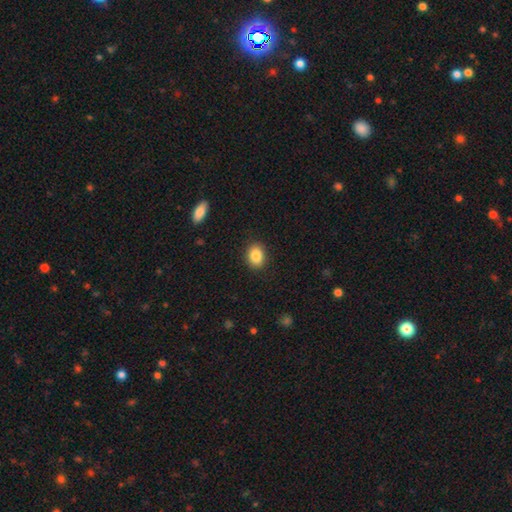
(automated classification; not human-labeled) smooth-or-featured: smooth: 87% | star or artifact: 8% | featured or disk: 5%
  how-rounded: in between: 60% | round: 39% | cigar-shaped: 1%
  merging: none: 89% | minor disturbance: 8% | major disturbance: 2% | merger: 1%